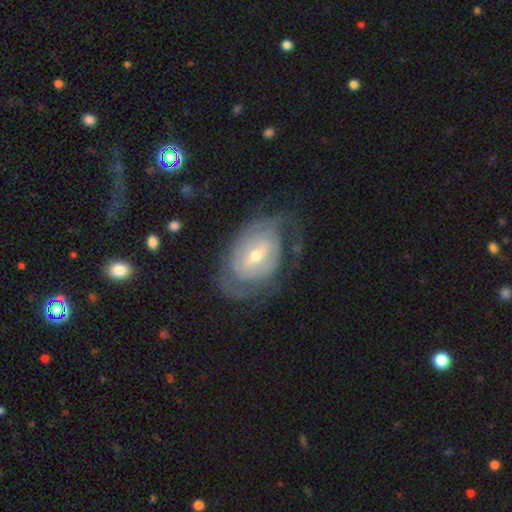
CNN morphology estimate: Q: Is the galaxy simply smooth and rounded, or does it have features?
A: featured or disk — 81%.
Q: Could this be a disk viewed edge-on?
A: no — 95%.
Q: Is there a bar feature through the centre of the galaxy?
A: weak — 48%.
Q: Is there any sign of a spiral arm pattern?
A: yes — 84%.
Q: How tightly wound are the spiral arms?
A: tight — 61%.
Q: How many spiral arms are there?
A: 2 — 43%.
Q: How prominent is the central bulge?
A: small — 50%.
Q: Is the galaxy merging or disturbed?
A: none — 64%.